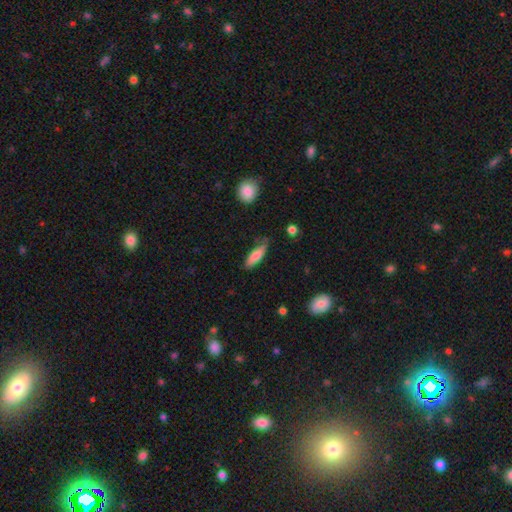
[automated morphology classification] This is likely a smooth galaxy (78%). How rounded: possibly cigar-shaped (52%). Merging: likely none (66%).